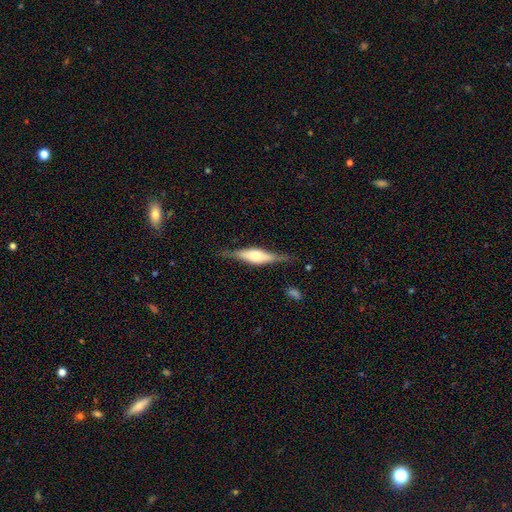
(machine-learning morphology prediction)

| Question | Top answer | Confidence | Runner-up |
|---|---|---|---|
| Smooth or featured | featured or disk | 66% | smooth (28%) |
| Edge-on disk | yes | 94% | no (6%) |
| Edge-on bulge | rounded | 76% | boxy (20%) |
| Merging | none | 78% | minor disturbance (15%) |